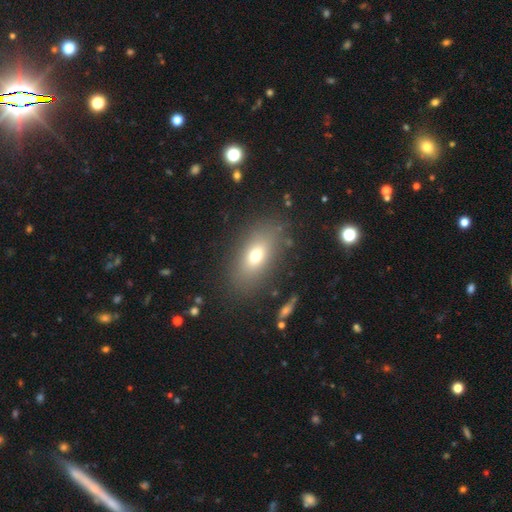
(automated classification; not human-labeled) Smooth or featured? smooth (70%)
How rounded? in between (82%)
Merging? none (83%)